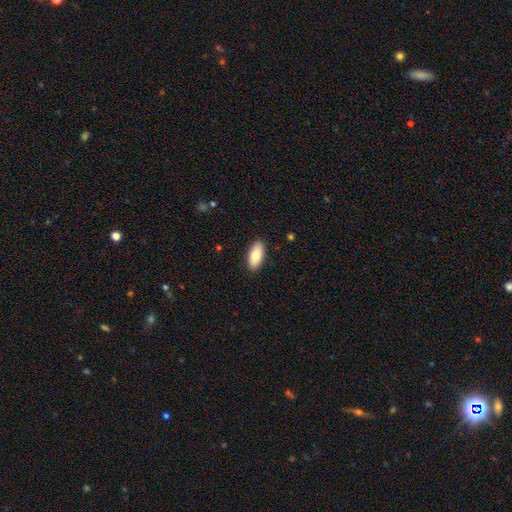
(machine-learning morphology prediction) A smooth galaxy with no disk features (80%) that is in between round and cigar-shaped (88%).

Vote fractions:
- Smooth or featured? smooth: 80% / featured or disk: 14% / star or artifact: 6%
- How rounded? in between: 88% / cigar-shaped: 9% / round: 2%
- Merging? none: 89% / minor disturbance: 8% / major disturbance: 2% / merger: 1%